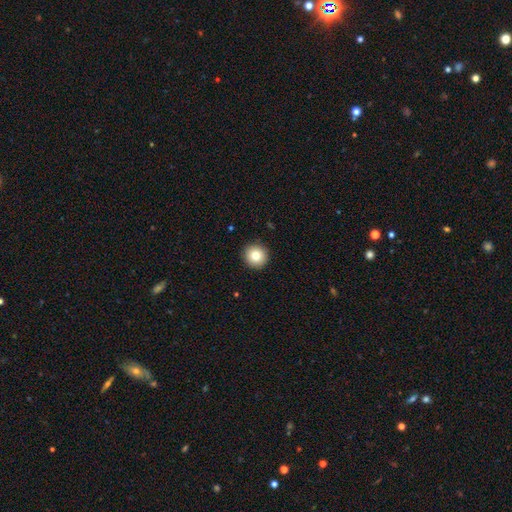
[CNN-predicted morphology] Overall: smooth (79%). How rounded: round (96%). Merging: none (93%).